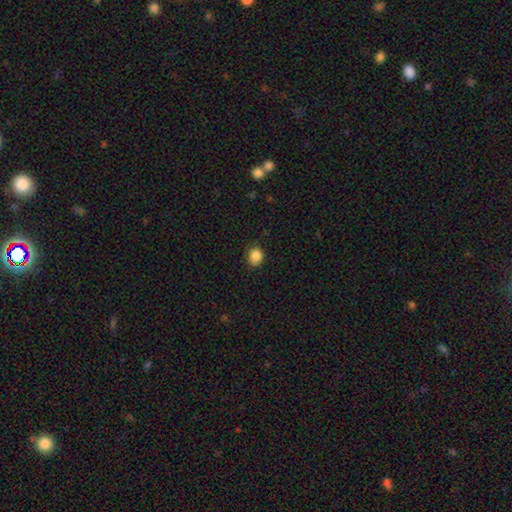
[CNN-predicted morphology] This is clearly a smooth galaxy (87%). How rounded: likely round (66%). Merging: clearly none (84%).